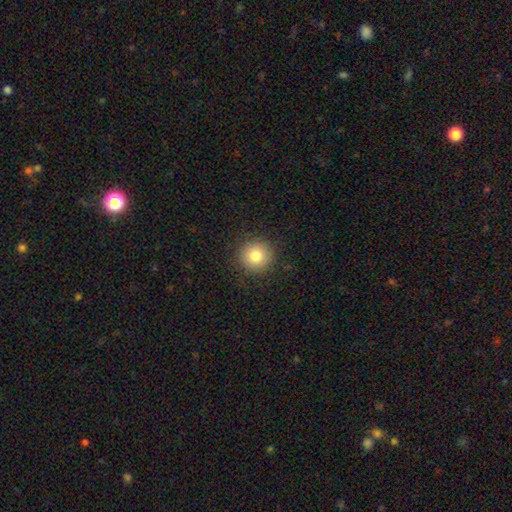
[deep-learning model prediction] Smooth or featured? smooth (82%)
How rounded? round (94%)
Merging? none (90%)